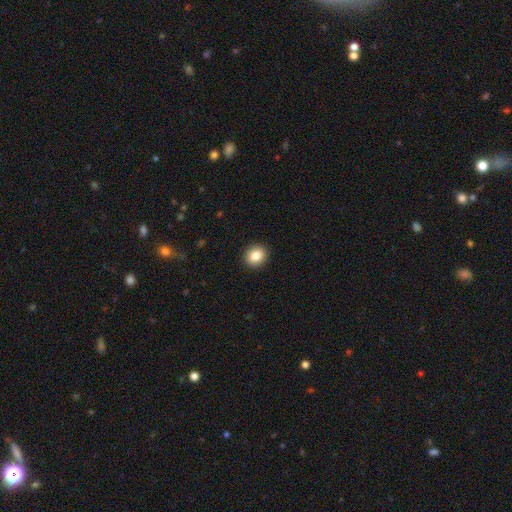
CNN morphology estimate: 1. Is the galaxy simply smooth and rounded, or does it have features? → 85% smooth, 9% star or artifact, 6% featured or disk.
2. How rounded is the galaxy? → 72% round, 27% in between, 1% cigar-shaped.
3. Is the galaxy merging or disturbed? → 92% none, 6% minor disturbance, 2% major disturbance, 1% merger.